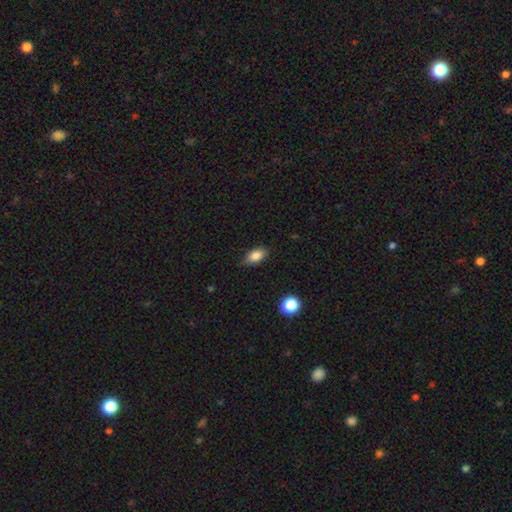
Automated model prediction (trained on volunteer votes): smooth_or_featured: smooth (p=0.84) [alt: star or artifact p=0.09]
how_rounded: in between (p=0.88) [alt: round p=0.07]
merging: none (p=0.79) [alt: minor disturbance p=0.17]